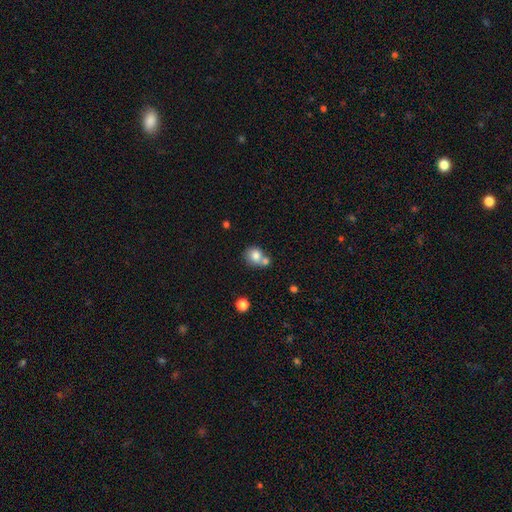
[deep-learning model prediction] The model was most divided on "merging": merger: 44%, none: 41%, minor disturbance: 11%, major disturbance: 4%. More confident: smooth or featured — smooth (79%); how rounded — round (75%).